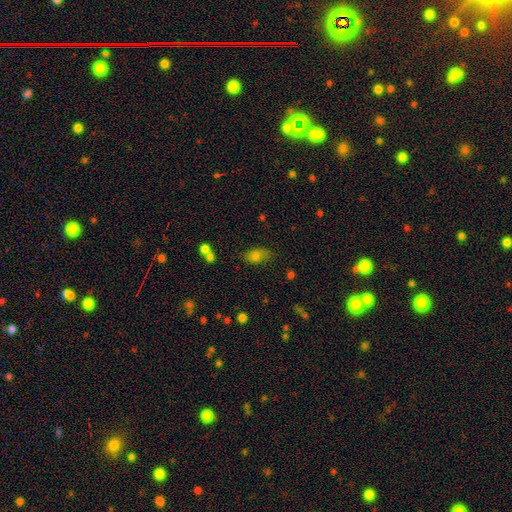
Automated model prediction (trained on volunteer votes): smooth_or_featured: smooth (p=0.79) [alt: star or artifact p=0.11]
how_rounded: in between (p=0.88) [alt: round p=0.07]
merging: none (p=0.68) [alt: minor disturbance p=0.21]